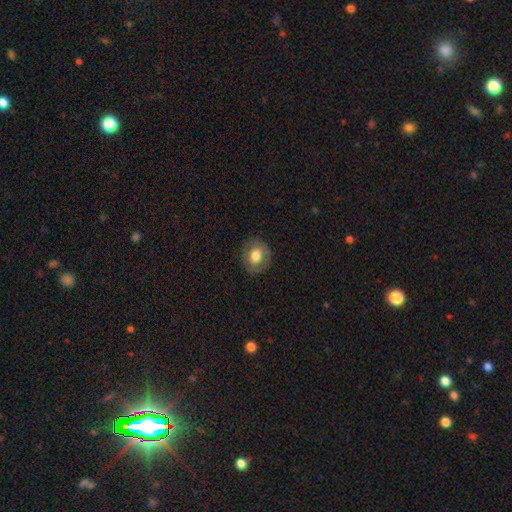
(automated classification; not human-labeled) Overall: smooth (71%). How rounded: round (70%). Merging: none (85%).